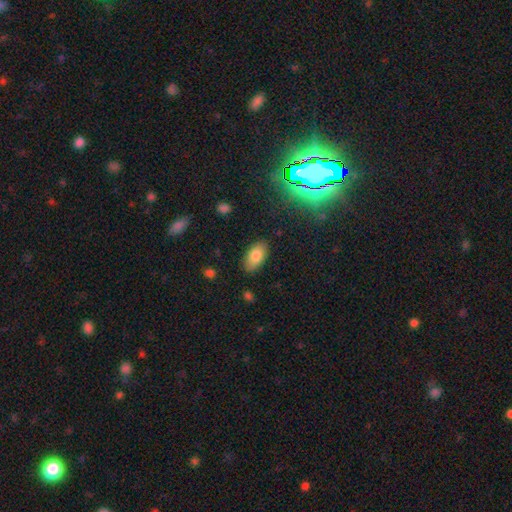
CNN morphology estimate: type=smooth (80%); roundness=in between (93%); merging=none (86%).